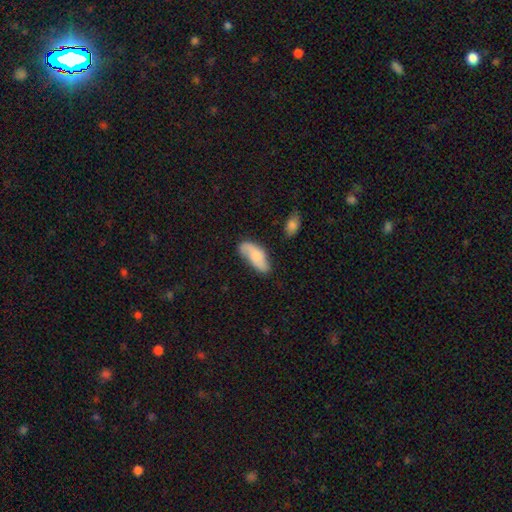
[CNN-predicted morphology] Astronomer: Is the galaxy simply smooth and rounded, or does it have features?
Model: smooth — 61%.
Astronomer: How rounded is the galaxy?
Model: in between — 84%.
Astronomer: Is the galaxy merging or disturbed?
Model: none — 58%.